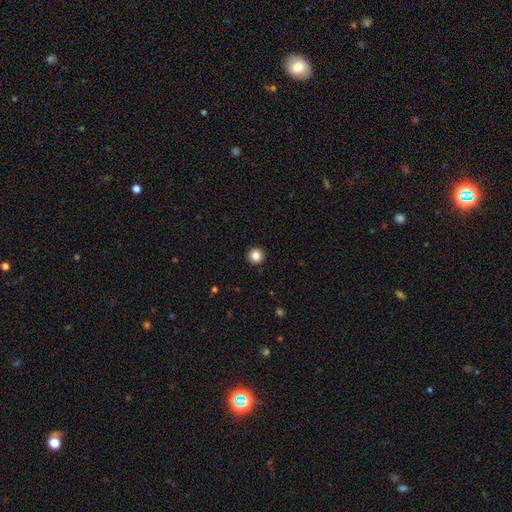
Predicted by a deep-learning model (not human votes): Overall: smooth (85%). How rounded: round (96%). Merging: none (94%).